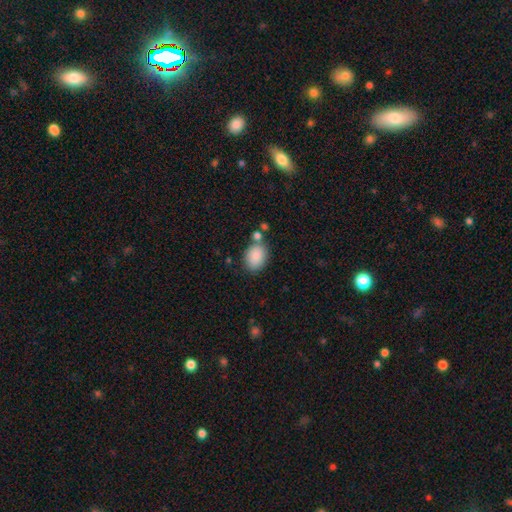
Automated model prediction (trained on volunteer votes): A smooth galaxy with no disk features (88%) that is in between round and cigar-shaped (74%).

Vote fractions:
- Smooth or featured? smooth: 88% / star or artifact: 7% / featured or disk: 5%
- How rounded? in between: 74% / round: 24% / cigar-shaped: 1%
- Merging? none: 70% / minor disturbance: 15% / merger: 11% / major disturbance: 4%